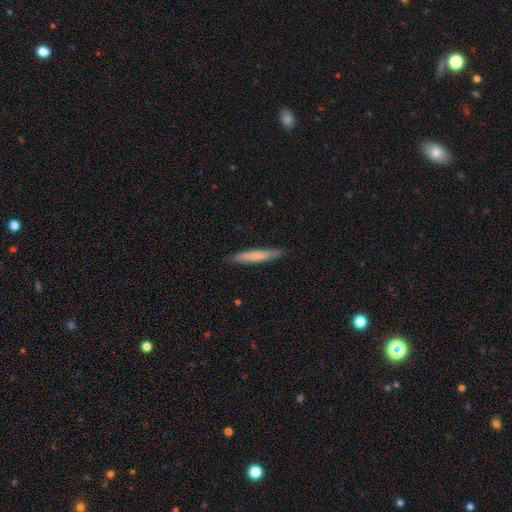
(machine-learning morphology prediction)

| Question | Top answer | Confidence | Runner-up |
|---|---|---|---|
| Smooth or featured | smooth | 66% | featured or disk (29%) |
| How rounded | cigar-shaped | 95% | in between (4%) |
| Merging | none | 89% | minor disturbance (8%) |